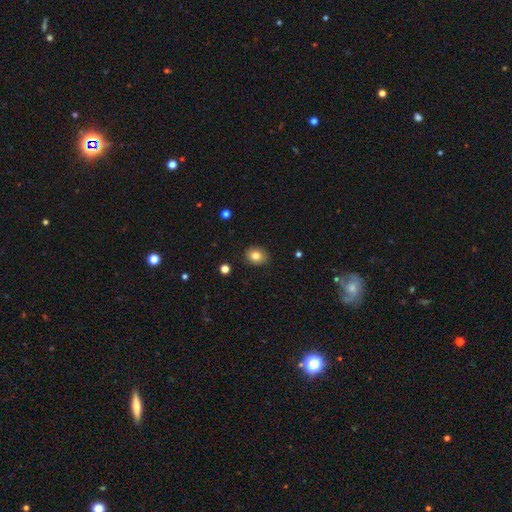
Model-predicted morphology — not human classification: A smooth galaxy with no disk features (81%) that is in between round and cigar-shaped (51%).

Vote fractions:
- Smooth or featured? smooth: 81% / star or artifact: 10% / featured or disk: 9%
- How rounded? in between: 51% / round: 48% / cigar-shaped: 1%
- Merging? none: 89% / minor disturbance: 8% / major disturbance: 2% / merger: 1%